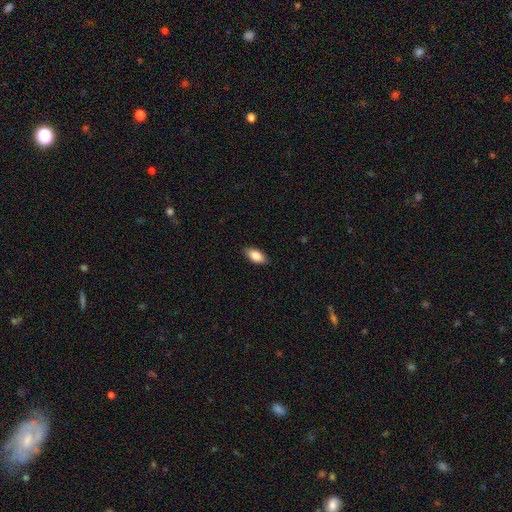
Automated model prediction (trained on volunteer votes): Morphology: type=smooth (85%); roundness=in between (89%); merging=none (88%).